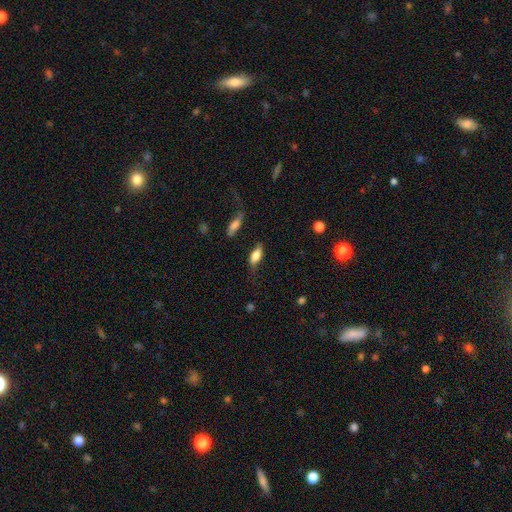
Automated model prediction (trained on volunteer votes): A smooth galaxy with no disk features (74%) that is in between round and cigar-shaped (81%). Merging: none (65%).